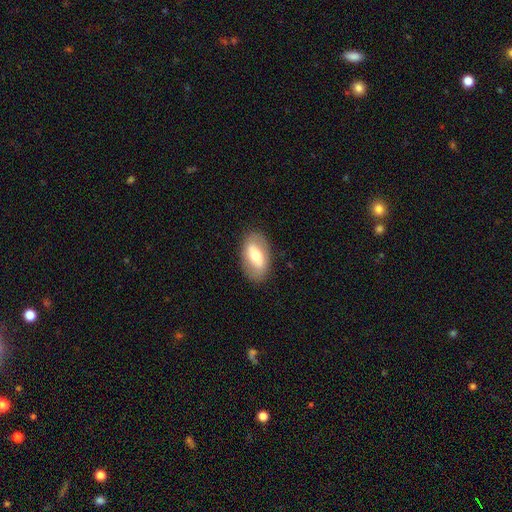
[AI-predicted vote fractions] A smooth galaxy with no disk features (56%) that is in between round and cigar-shaped (92%).

Vote fractions:
- Smooth or featured? smooth: 56% / featured or disk: 38% / star or artifact: 6%
- How rounded? in between: 92% / round: 5% / cigar-shaped: 3%
- Merging? none: 84% / minor disturbance: 11% / major disturbance: 4% / merger: 1%